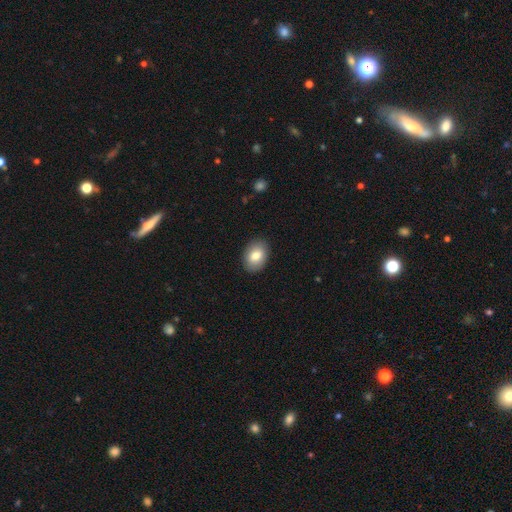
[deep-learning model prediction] Smooth or featured?
  - smooth: 81% *
  - featured or disk: 12%
  - star or artifact: 7%
How rounded?
  - in between: 76% *
  - round: 23%
  - cigar-shaped: 1%
Merging?
  - none: 89% *
  - minor disturbance: 8%
  - major disturbance: 2%
  - merger: 1%